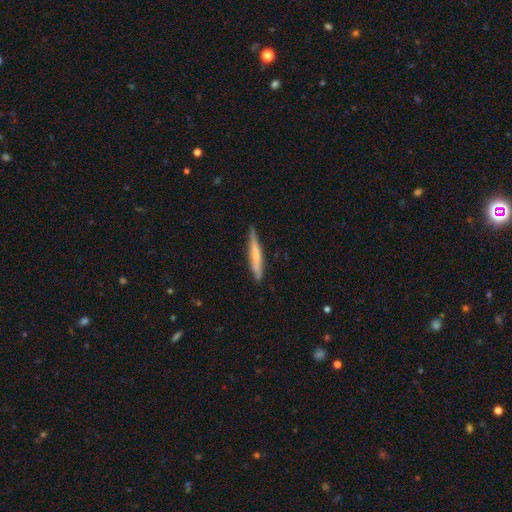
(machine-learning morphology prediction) This is possibly a smooth galaxy (56%). How rounded: clearly cigar-shaped (94%). Merging: clearly none (84%).